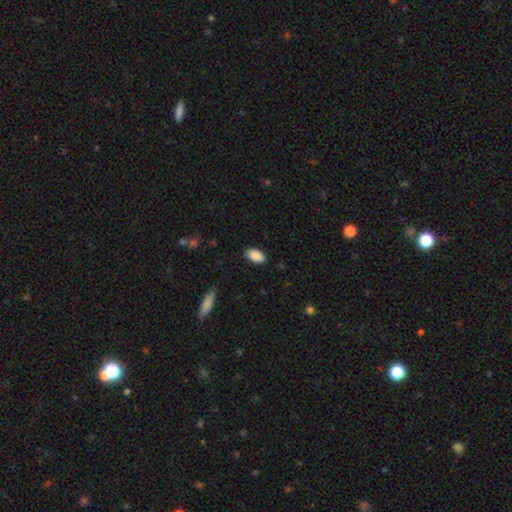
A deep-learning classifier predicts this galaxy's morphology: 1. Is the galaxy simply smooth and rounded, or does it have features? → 90% smooth, 7% star or artifact, 3% featured or disk.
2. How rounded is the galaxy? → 94% in between, 3% round, 2% cigar-shaped.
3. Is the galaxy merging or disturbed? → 87% none, 10% minor disturbance, 2% major disturbance, 1% merger.